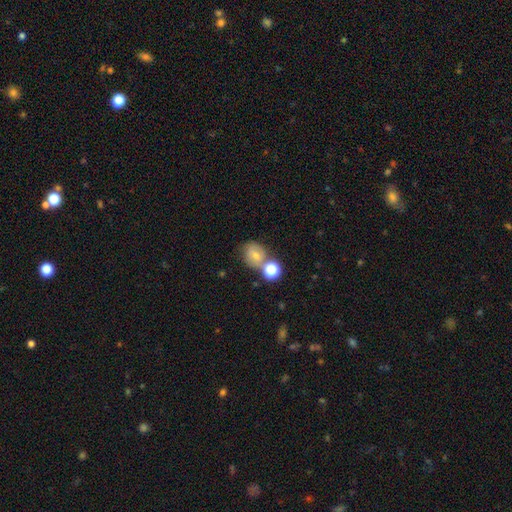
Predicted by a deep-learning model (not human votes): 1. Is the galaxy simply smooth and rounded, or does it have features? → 65% smooth, 21% featured or disk, 15% star or artifact.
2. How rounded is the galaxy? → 71% round, 28% in between, 1% cigar-shaped.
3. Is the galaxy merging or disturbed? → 51% none, 30% merger, 13% minor disturbance, 6% major disturbance.